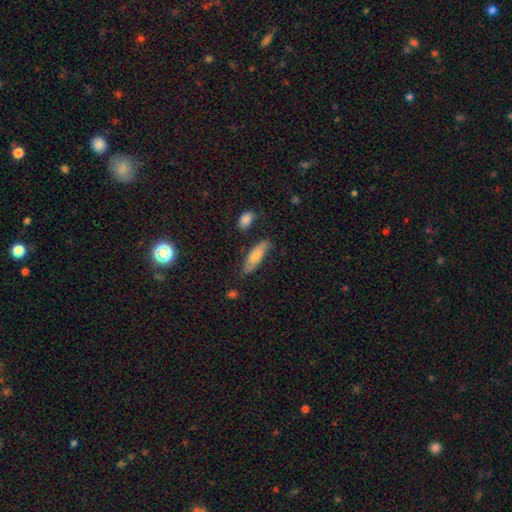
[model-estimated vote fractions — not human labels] A smooth galaxy with no disk features (69%) that is in between round and cigar-shaped (62%). Merging: none (65%).